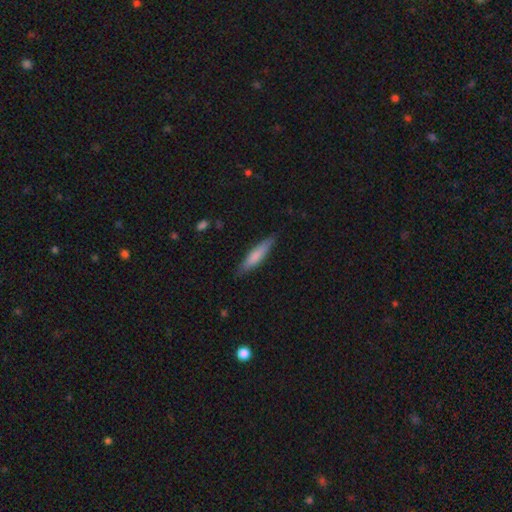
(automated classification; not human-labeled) A smooth galaxy with no disk features (76%) that is cigar-shaped (82%).

Vote fractions:
- Smooth or featured? smooth: 76% / featured or disk: 19% / star or artifact: 5%
- How rounded? cigar-shaped: 82% / in between: 17% / round: 1%
- Merging? none: 84% / minor disturbance: 12% / major disturbance: 2% / merger: 1%